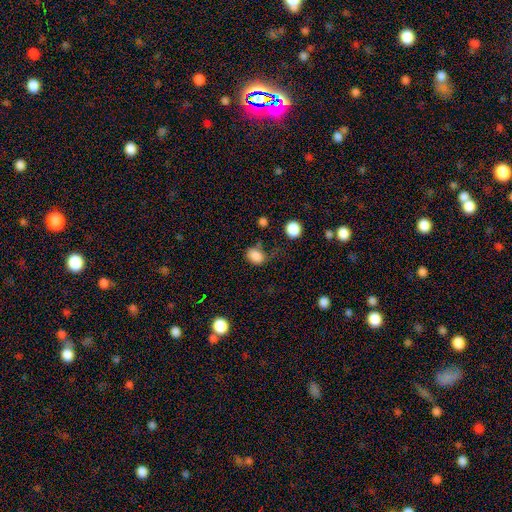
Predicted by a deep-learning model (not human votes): A smooth galaxy with no disk features (84%) that is in between round and cigar-shaped (65%). Merging: none (55%).